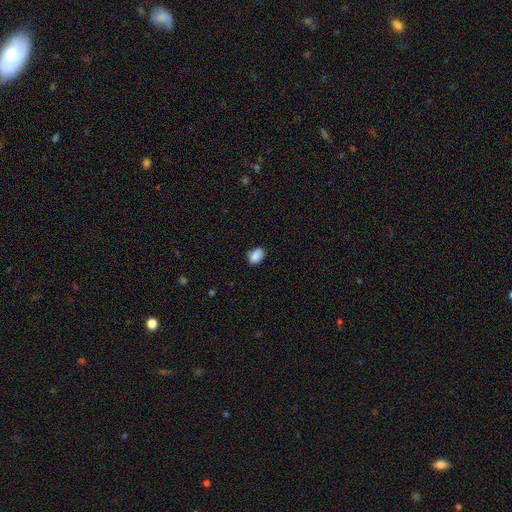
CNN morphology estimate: Smooth or featured? Predicted: smooth (p=0.86). How rounded? Predicted: in between (p=0.80). Merging? Predicted: none (p=0.74).